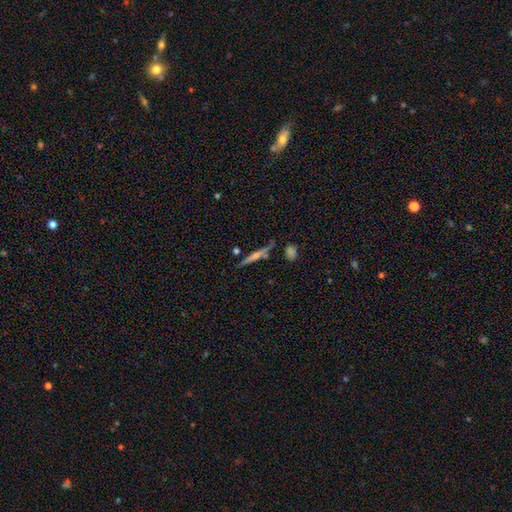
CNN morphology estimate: smooth_or_featured: featured or disk (p=0.66) [alt: smooth p=0.25]
disk_edge_on: yes (p=0.96) [alt: no p=0.04]
edge_on_bulge: rounded (p=0.70) [alt: none p=0.21]
merging: none (p=0.80) [alt: minor disturbance p=0.11]